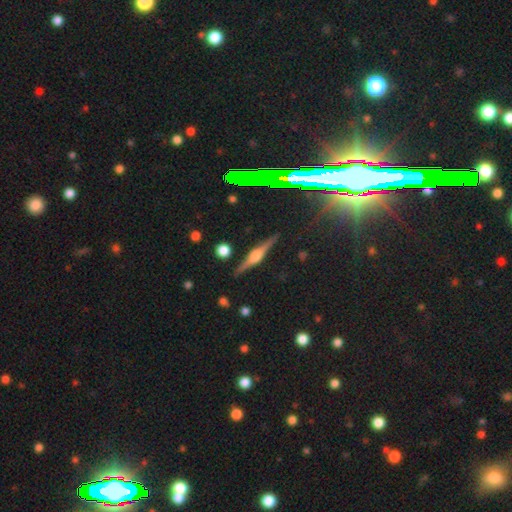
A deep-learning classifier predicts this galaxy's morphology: Q: Smooth or featured?
A: featured or disk (82%); runner-up: smooth (10%)
Q: Edge-on disk?
A: yes (98%); runner-up: no (2%)
Q: Edge-on bulge?
A: rounded (85%); runner-up: boxy (13%)
Q: Merging?
A: none (89%); runner-up: minor disturbance (8%)